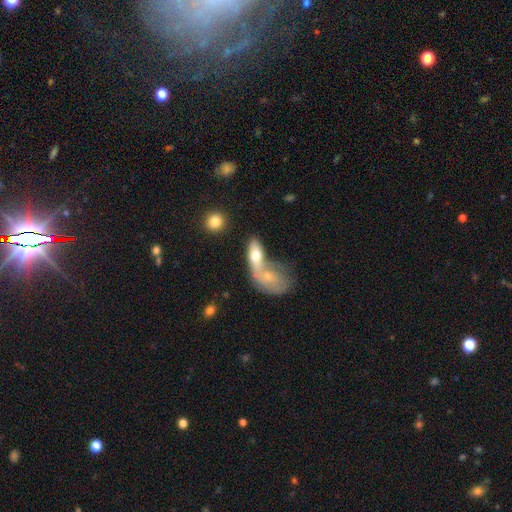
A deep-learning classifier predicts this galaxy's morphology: type=smooth (64%); roundness=in between (77%); merging=merger (65%).